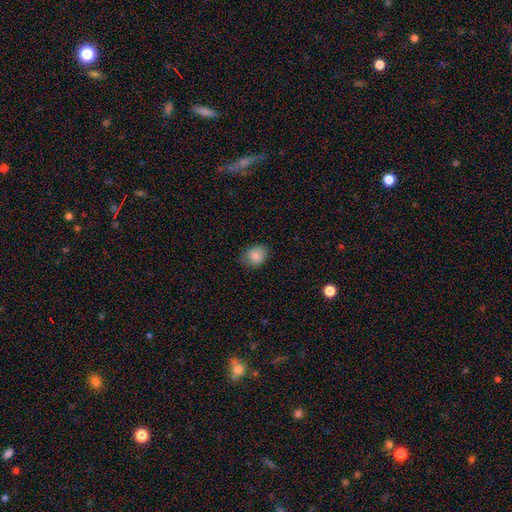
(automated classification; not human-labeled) smooth-or-featured: smooth: 87% | star or artifact: 8% | featured or disk: 5%
  how-rounded: round: 54% | in between: 45% | cigar-shaped: 1%
  merging: none: 75% | minor disturbance: 20% | major disturbance: 4% | merger: 1%